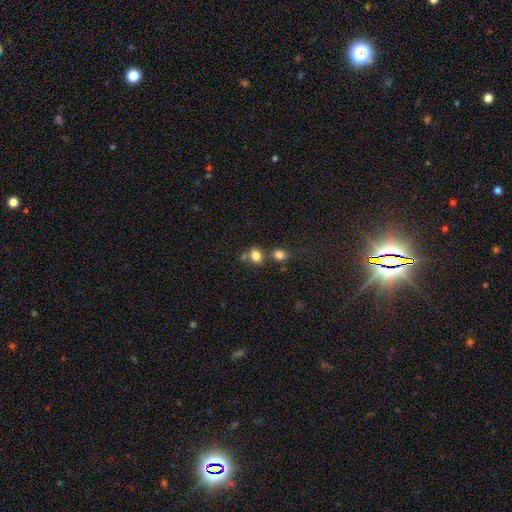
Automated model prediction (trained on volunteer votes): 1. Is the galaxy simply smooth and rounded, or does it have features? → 82% smooth, 11% star or artifact, 7% featured or disk.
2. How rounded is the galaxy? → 57% round, 42% in between, 1% cigar-shaped.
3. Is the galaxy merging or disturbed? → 57% none, 28% merger, 11% minor disturbance, 4% major disturbance.